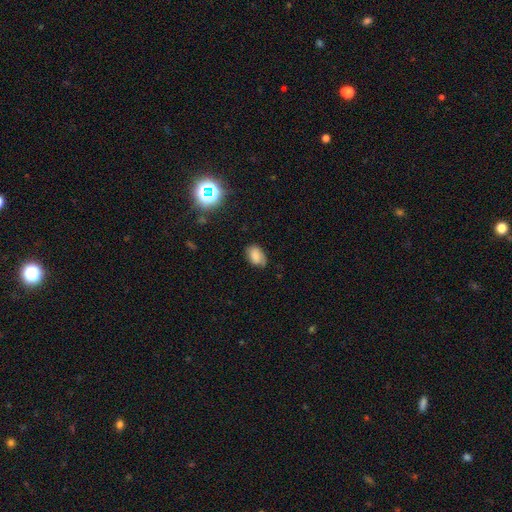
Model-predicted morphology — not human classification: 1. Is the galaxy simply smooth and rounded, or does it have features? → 74% smooth, 15% featured or disk, 12% star or artifact.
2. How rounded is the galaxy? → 87% in between, 12% round, 1% cigar-shaped.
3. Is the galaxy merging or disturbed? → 68% none, 25% minor disturbance, 6% major disturbance, 1% merger.